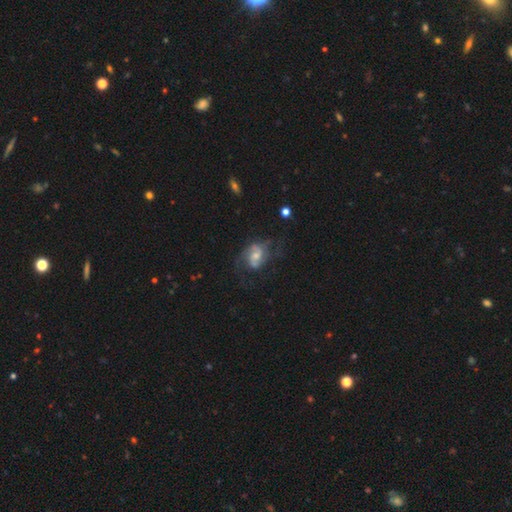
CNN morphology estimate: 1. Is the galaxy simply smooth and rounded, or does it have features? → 70% featured or disk, 22% smooth, 8% star or artifact.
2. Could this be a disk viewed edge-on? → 97% no, 3% yes.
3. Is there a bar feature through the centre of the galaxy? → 49% no, 42% weak, 9% strong.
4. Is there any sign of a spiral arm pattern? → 85% yes, 15% no.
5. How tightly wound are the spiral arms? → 45% medium, 33% loose, 22% tight.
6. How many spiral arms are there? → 72% 2, 16% can't tell, 6% 1, 4% 3, 2% 4, 2% more than 4.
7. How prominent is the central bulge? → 52% moderate, 35% small, 7% large, 5% none, 1% dominant.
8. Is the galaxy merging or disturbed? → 50% none, 25% major disturbance, 22% minor disturbance, 3% merger.